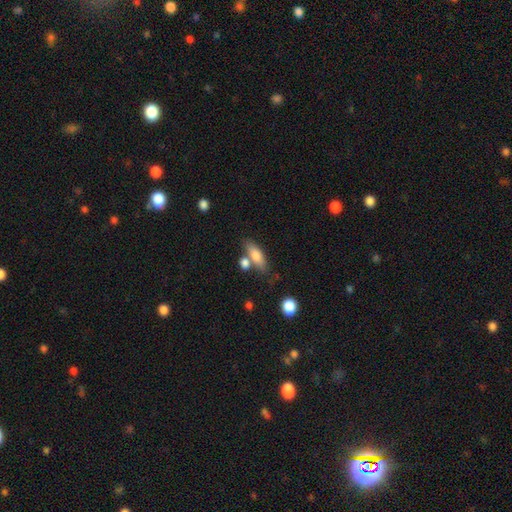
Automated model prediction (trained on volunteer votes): Morphology: type=smooth (76%); roundness=in between (63%); merging=none (58%).